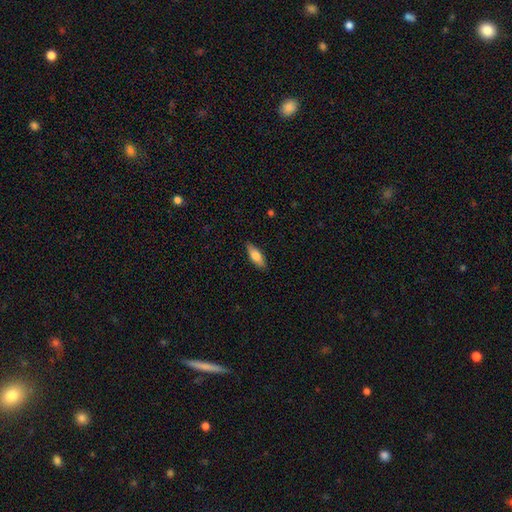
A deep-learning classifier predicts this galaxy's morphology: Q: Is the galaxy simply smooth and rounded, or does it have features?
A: smooth — 73%.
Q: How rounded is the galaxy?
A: in between — 62%.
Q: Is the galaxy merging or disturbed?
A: none — 88%.